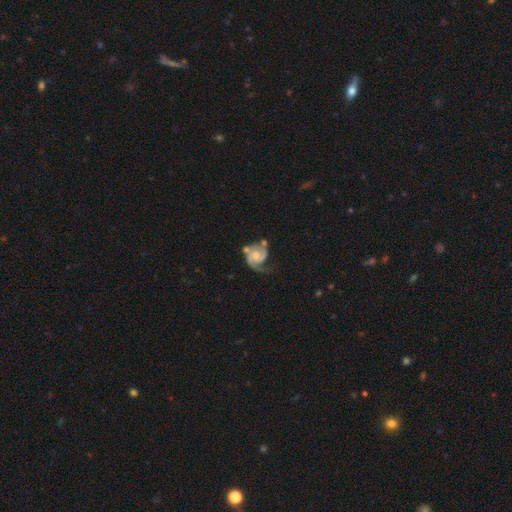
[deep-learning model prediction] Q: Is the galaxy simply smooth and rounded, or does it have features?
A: featured or disk — 85%.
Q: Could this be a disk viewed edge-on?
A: no — 98%.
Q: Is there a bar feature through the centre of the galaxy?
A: no — 68%.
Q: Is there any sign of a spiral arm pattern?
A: yes — 96%.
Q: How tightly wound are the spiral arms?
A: medium — 45%.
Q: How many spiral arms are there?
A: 2 — 63%.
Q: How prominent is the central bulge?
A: small — 44%.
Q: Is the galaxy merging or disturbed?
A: none — 40%.